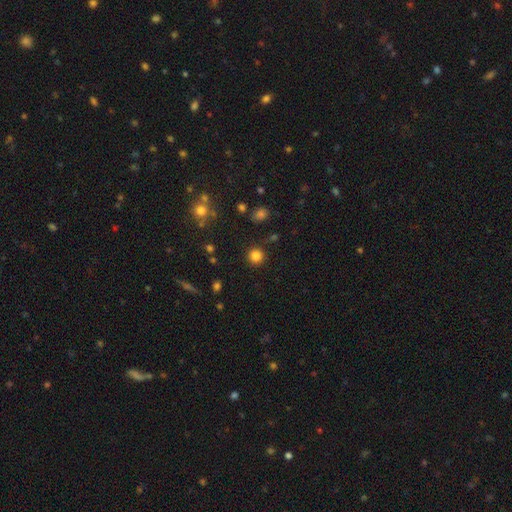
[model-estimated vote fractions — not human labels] Q: Smooth or featured?
A: smooth (83%); runner-up: star or artifact (13%)
Q: How rounded?
A: round (93%); runner-up: in between (6%)
Q: Merging?
A: none (87%); runner-up: minor disturbance (7%)